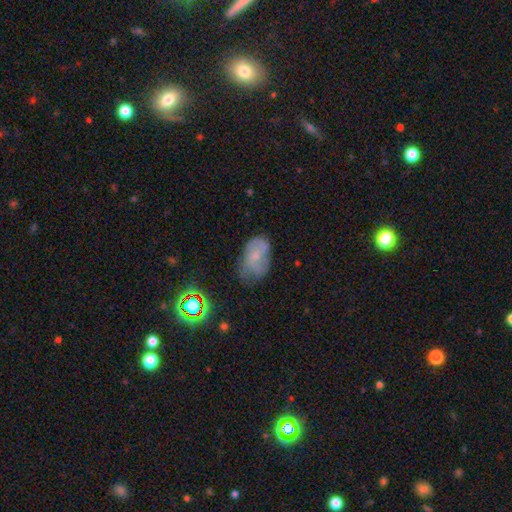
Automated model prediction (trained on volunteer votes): A smooth galaxy with no disk features (43%, tied with featured or disk).

Vote fractions:
- Smooth or featured? smooth: 43% (tied) / featured or disk: 43% (tied) / star or artifact: 14%
- Merging? none: 46% / minor disturbance: 33% / major disturbance: 18% / merger: 3%